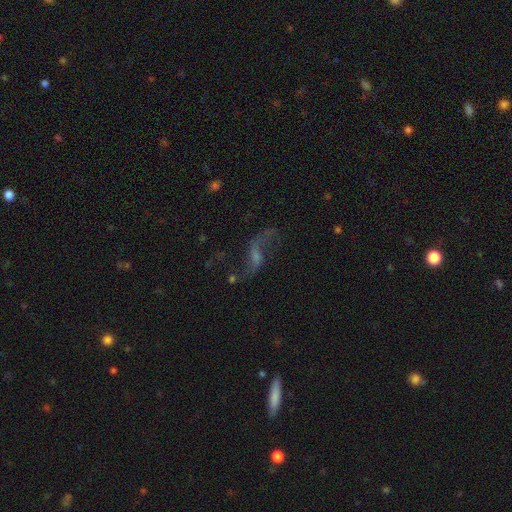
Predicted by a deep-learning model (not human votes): This appears to be a featured or disk galaxy (75%) with a weak bar (44%), 2 (89%) loose (88%) spiral arms (91%) and a small central bulge (41%). Merging: none (66%).